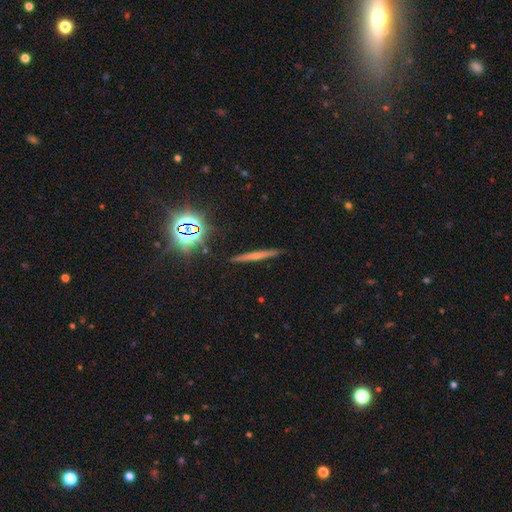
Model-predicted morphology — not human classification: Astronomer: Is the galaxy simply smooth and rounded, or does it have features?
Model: featured or disk — 42% (runner-up: smooth, 40%).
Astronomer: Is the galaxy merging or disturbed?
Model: none — 89%.